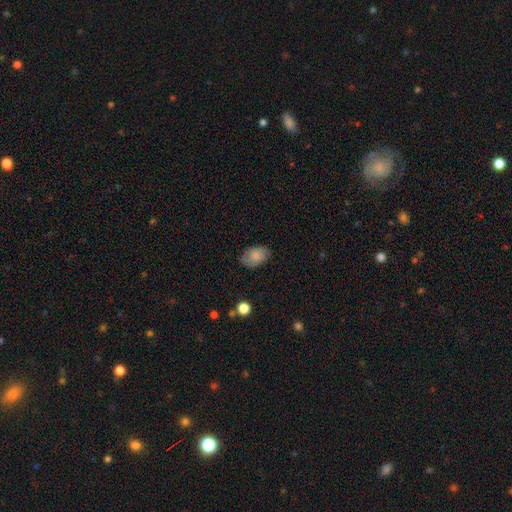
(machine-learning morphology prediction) smooth 78%, featured or disk 14%, star or artifact 8%. Down the decision tree: how rounded — in between (88%); merging — none (77%).